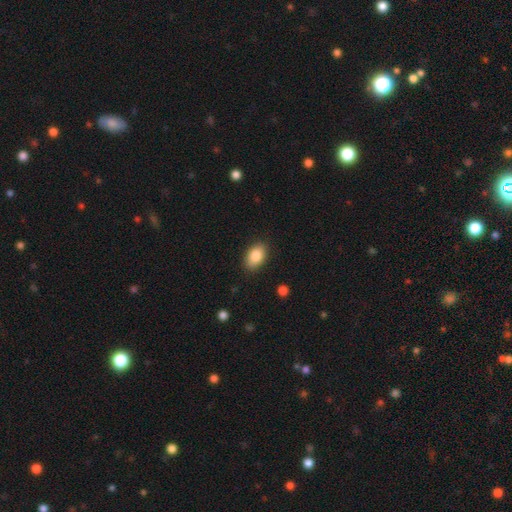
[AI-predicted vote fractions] Smooth or featured? smooth (86%)
How rounded? in between (89%)
Merging? none (86%)